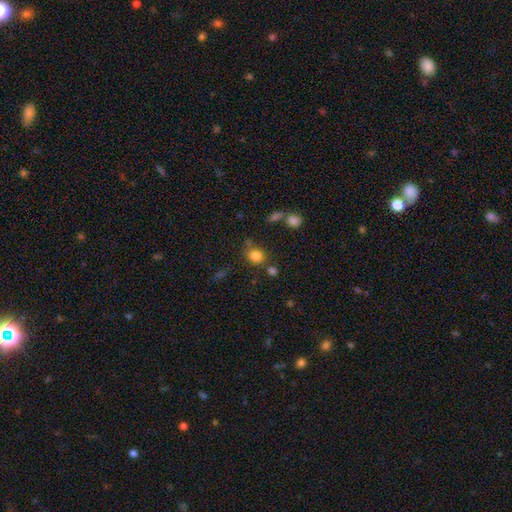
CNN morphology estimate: Smooth or featured? smooth (82%)
How rounded? round (67%)
Merging? none (66%)